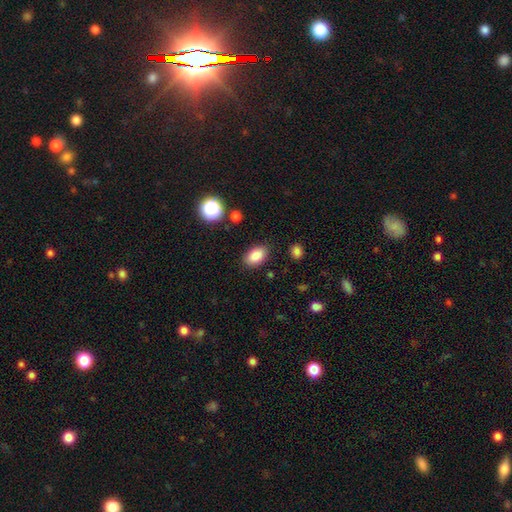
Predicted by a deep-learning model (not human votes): This appears to be a smooth galaxy with no disk features (85%) that is in between round and cigar-shaped (90%). Merging: none (86%).